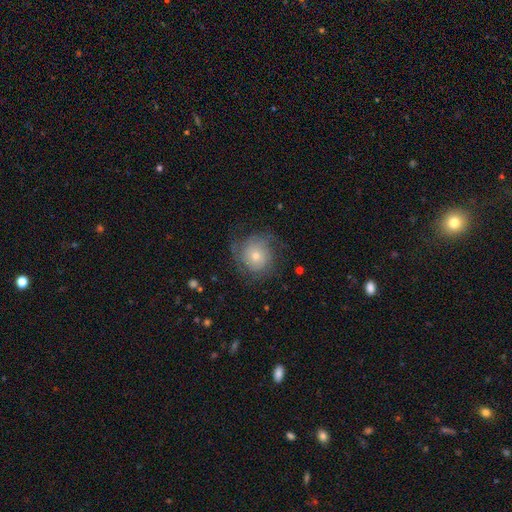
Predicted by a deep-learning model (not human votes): Morphology: type=featured or disk (56%); edge-on=no (97%); bar=no (84%); spiral arms=yes (83%); bulge=small (51%); merging=none (65%).